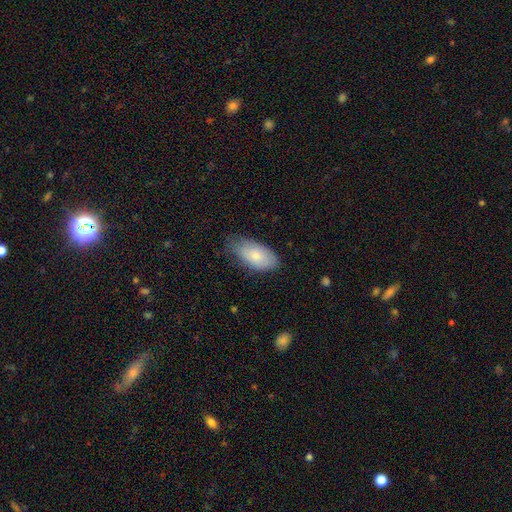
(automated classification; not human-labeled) A smooth galaxy with no disk features (78%) that is in between round and cigar-shaped (94%).

Vote fractions:
- Smooth or featured? smooth: 78% / featured or disk: 16% / star or artifact: 6%
- How rounded? in between: 94% / cigar-shaped: 3% / round: 3%
- Merging? none: 60% / minor disturbance: 33% / major disturbance: 6% / merger: 1%